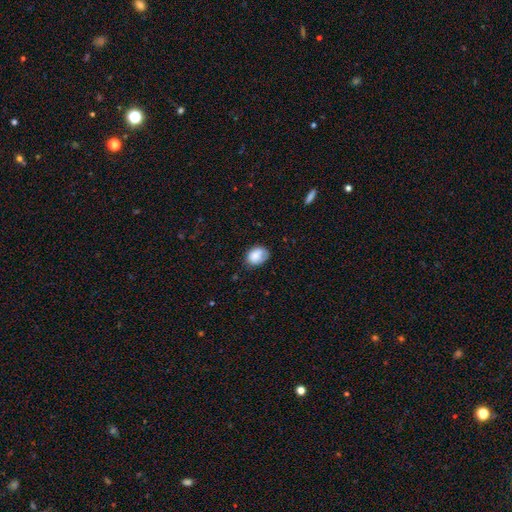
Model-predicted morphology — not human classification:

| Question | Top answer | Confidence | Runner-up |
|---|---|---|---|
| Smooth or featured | smooth | 82% | featured or disk (10%) |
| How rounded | in between | 65% | round (34%) |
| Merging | none | 60% | minor disturbance (29%) |